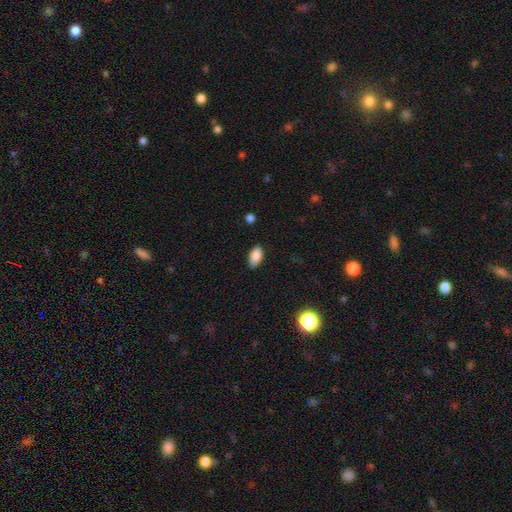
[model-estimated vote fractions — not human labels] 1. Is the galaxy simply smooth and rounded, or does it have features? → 87% smooth, 8% star or artifact, 5% featured or disk.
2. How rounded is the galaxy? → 93% in between, 4% round, 3% cigar-shaped.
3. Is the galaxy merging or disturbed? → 83% none, 13% minor disturbance, 2% major disturbance, 1% merger.